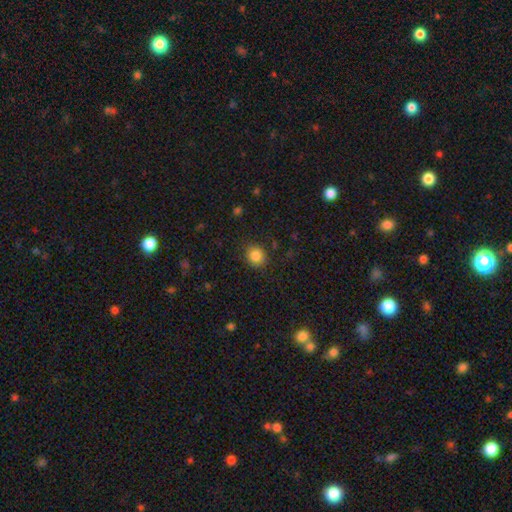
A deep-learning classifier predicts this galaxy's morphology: The model was most divided on "how rounded": round: 83%, in between: 16%, cigar-shaped: 1%. More confident: merging — none (87%); smooth or featured — smooth (85%).